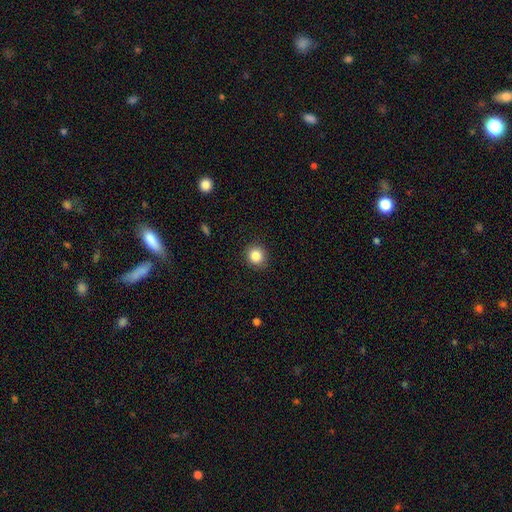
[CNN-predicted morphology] Smooth or featured?
  - smooth: 85% *
  - star or artifact: 10%
  - featured or disk: 5%
How rounded?
  - round: 87% *
  - in between: 12%
  - cigar-shaped: 1%
Merging?
  - none: 90% *
  - minor disturbance: 7%
  - major disturbance: 2%
  - merger: 1%